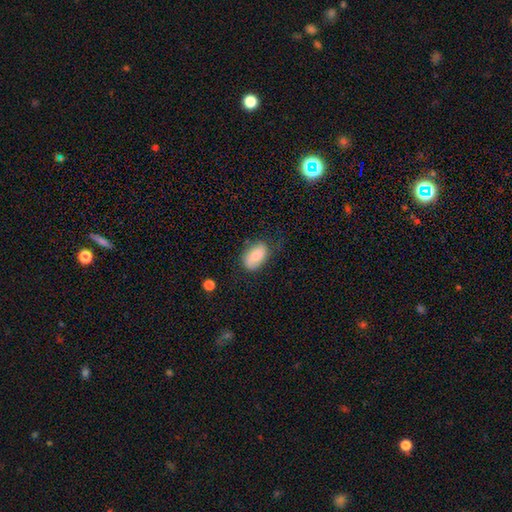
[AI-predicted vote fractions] A smooth galaxy with no disk features (77%) that is in between round and cigar-shaped (92%).

Vote fractions:
- Smooth or featured? smooth: 77% / featured or disk: 16% / star or artifact: 7%
- How rounded? in between: 92% / round: 7% / cigar-shaped: 2%
- Merging? none: 59% / minor disturbance: 28% / major disturbance: 10% / merger: 2%